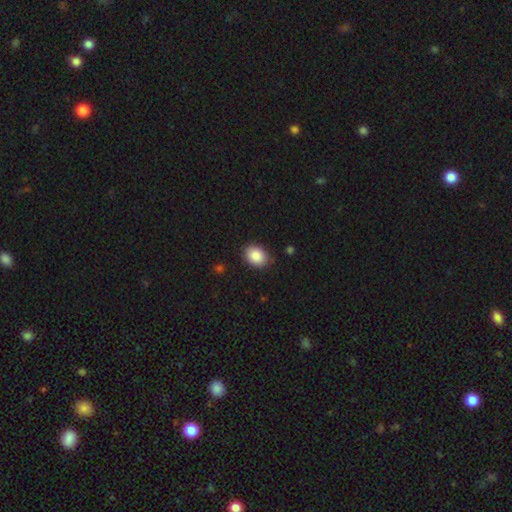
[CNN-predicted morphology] Smooth or featured? Predicted: smooth (p=0.88). How rounded? Predicted: in between (p=0.67). Merging? Predicted: none (p=0.84).